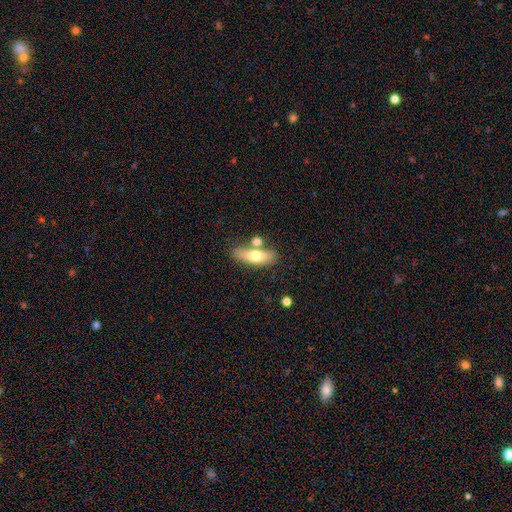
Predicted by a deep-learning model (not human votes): Smooth or featured: smooth — 65% (featured or disk — 28%)
How rounded: in between — 57% (cigar-shaped — 39%)
Merging: none — 62% (merger — 21%)